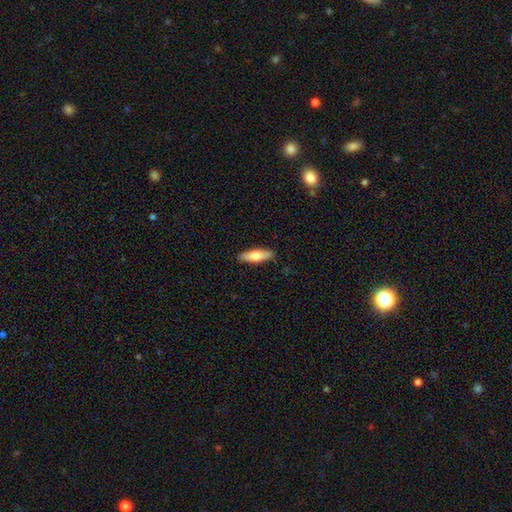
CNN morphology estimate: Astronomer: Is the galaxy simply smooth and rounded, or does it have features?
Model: smooth — 68%.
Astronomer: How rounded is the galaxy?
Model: cigar-shaped — 55% (runner-up: in between, 43%).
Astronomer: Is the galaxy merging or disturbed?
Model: none — 89%.